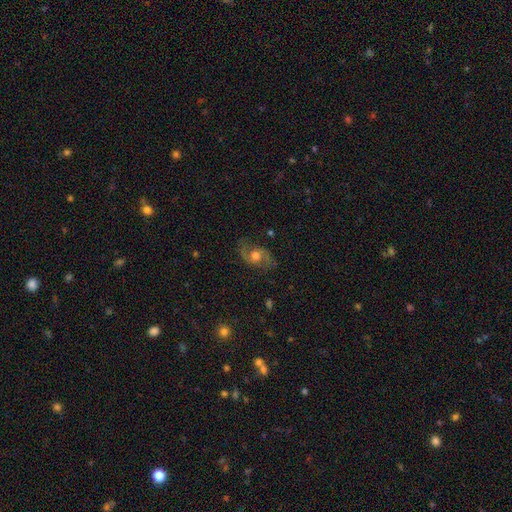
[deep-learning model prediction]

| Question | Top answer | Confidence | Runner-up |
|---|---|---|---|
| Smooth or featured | featured or disk | 66% | smooth (25%) |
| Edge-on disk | no | 94% | yes (6%) |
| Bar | no | 71% | weak (24%) |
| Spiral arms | yes | 86% | no (14%) |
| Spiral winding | loose | 51% | medium (40%) |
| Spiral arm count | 2 | 90% | can't tell (4%) |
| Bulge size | moderate | 63% | large (24%) |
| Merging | none | 71% | minor disturbance (18%) |